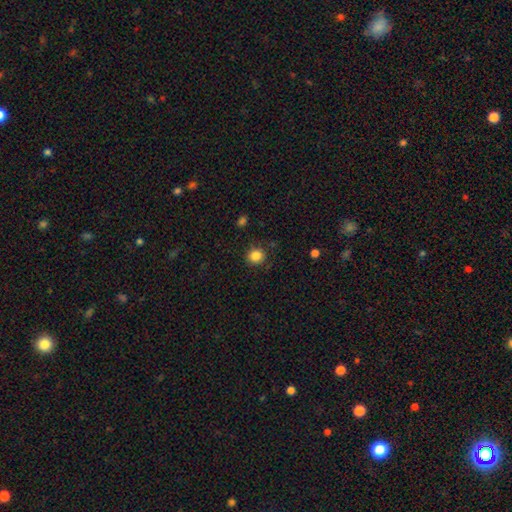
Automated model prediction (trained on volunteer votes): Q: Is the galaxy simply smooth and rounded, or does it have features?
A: smooth — 85%.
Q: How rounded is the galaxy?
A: round — 85%.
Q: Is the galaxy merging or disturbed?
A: none — 85%.